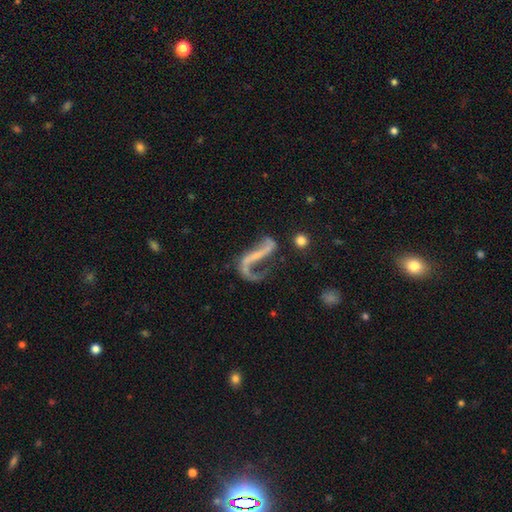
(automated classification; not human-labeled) A featured or disk galaxy (80%) with a strong bar (45%), 2 (71%) loose (87%) spiral arms (82%) and no central bulge (61%). Merging: none (42%).